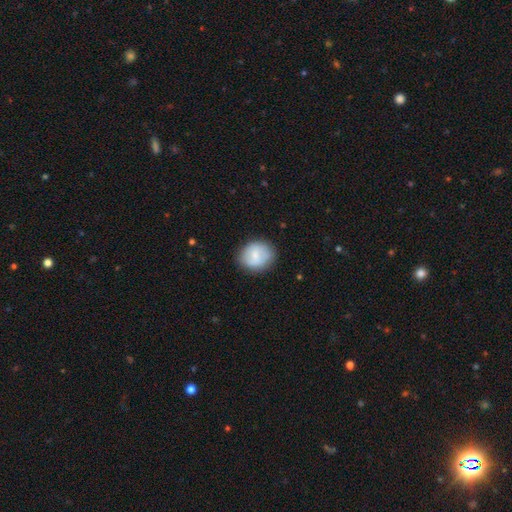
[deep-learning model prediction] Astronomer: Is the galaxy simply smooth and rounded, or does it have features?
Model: smooth — 73%.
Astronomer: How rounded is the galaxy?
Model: round — 63%.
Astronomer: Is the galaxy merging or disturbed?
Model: none — 82%.